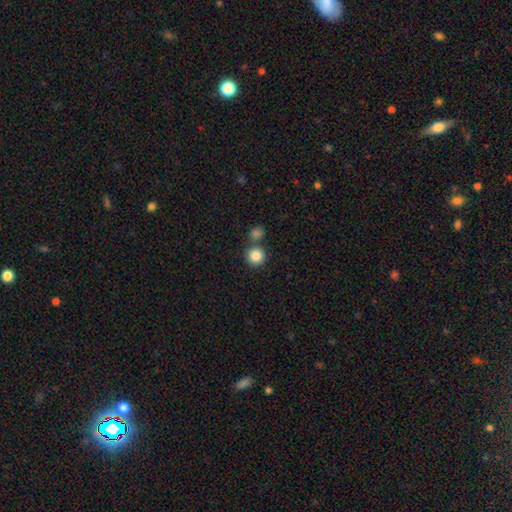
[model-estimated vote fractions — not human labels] The model was most divided on "merging": none: 71%, merger: 19%, minor disturbance: 7%, major disturbance: 3%. More confident: how rounded — round (94%); smooth or featured — smooth (85%).